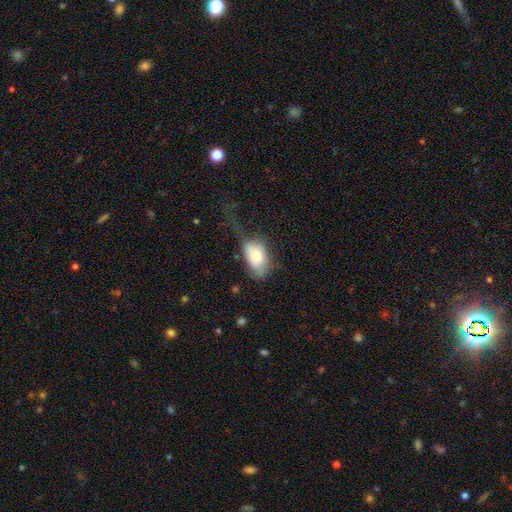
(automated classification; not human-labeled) Q: Smooth or featured?
A: smooth (73%); runner-up: featured or disk (19%)
Q: How rounded?
A: in between (88%); runner-up: round (10%)
Q: Merging?
A: major disturbance (35%); runner-up: minor disturbance (31%)